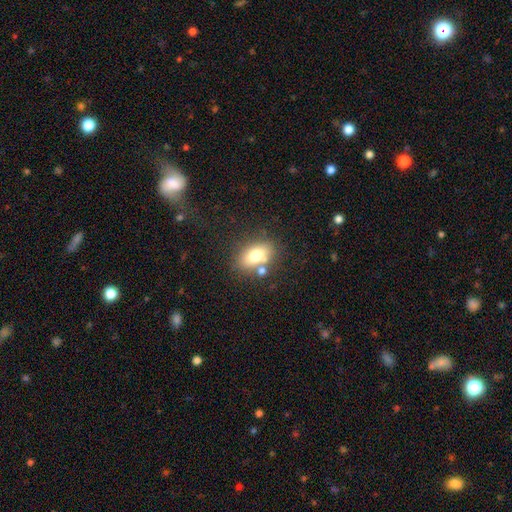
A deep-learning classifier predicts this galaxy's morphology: The model was most divided on "merging": none: 66%, merger: 17%, minor disturbance: 13%, major disturbance: 4%. More confident: how rounded — in between (81%); smooth or featured — smooth (71%).